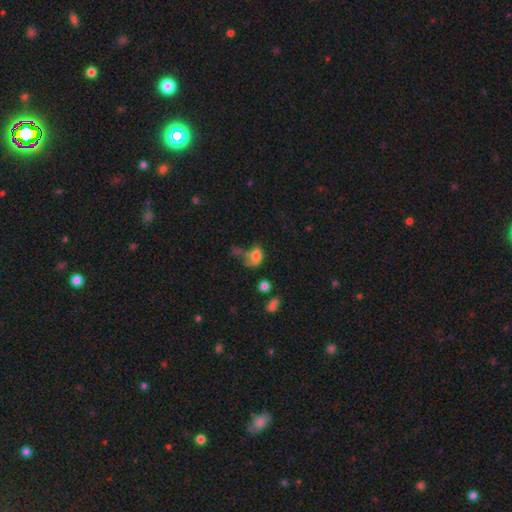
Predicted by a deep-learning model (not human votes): A smooth galaxy with no disk features (65%) that is in between round and cigar-shaped (76%).

Vote fractions:
- Smooth or featured? smooth: 65% / featured or disk: 21% / star or artifact: 14%
- How rounded? in between: 76% / round: 21% / cigar-shaped: 3%
- Merging? major disturbance: 36% / none: 23% / merger: 21% / minor disturbance: 20%